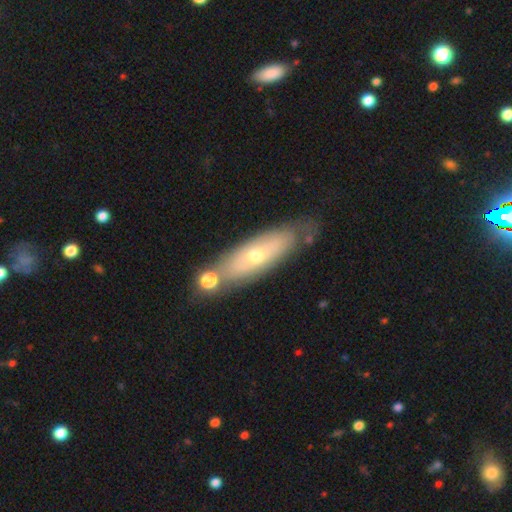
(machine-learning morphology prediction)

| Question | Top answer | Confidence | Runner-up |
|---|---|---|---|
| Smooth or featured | featured or disk | 51% | smooth (42%) |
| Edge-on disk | no | 65% | yes (35%) |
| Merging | none | 68% | minor disturbance (17%) |